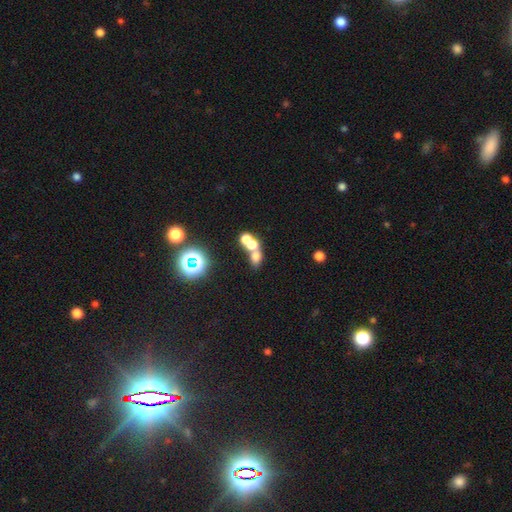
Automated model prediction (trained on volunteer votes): A smooth galaxy with no disk features (57%) that is round (56%).

Vote fractions:
- Smooth or featured? smooth: 57% / featured or disk: 22% / star or artifact: 20%
- How rounded? round: 56% / in between: 41% / cigar-shaped: 3%
- Merging? merger: 64% / none: 26% / minor disturbance: 6% / major disturbance: 5%